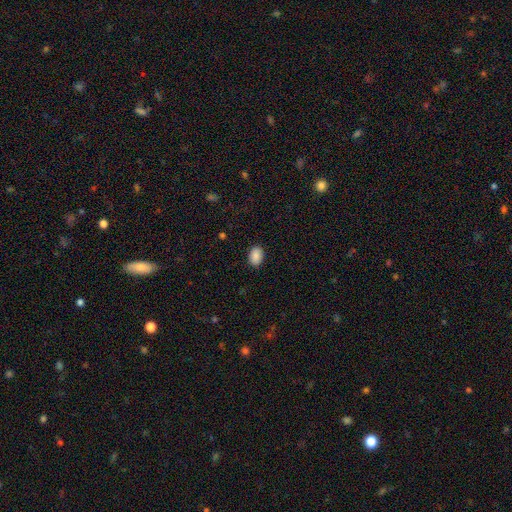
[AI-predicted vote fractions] A smooth galaxy with no disk features (89%) that is in between round and cigar-shaped (84%).

Vote fractions:
- Smooth or featured? smooth: 89% / star or artifact: 7% / featured or disk: 3%
- How rounded? in between: 84% / round: 15% / cigar-shaped: 1%
- Merging? none: 89% / minor disturbance: 8% / major disturbance: 2% / merger: 1%